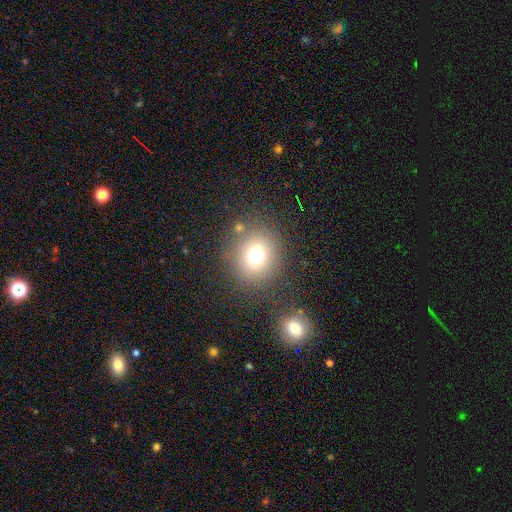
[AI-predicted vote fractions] Overall: smooth (72%). How rounded: round (85%). Merging: none (80%).